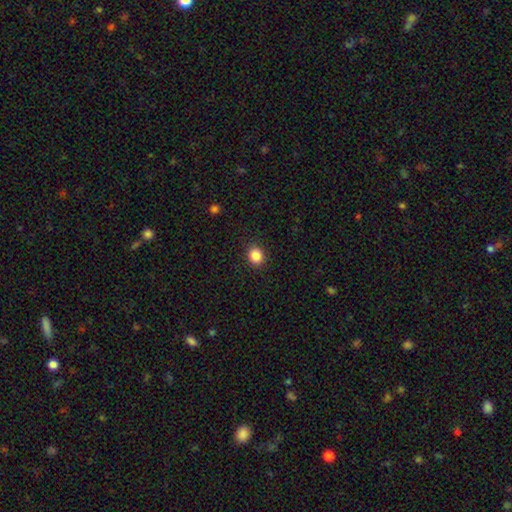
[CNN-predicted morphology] smooth 86%, star or artifact 10%, featured or disk 4%. Down the decision tree: how rounded — round (73%); merging — none (91%).